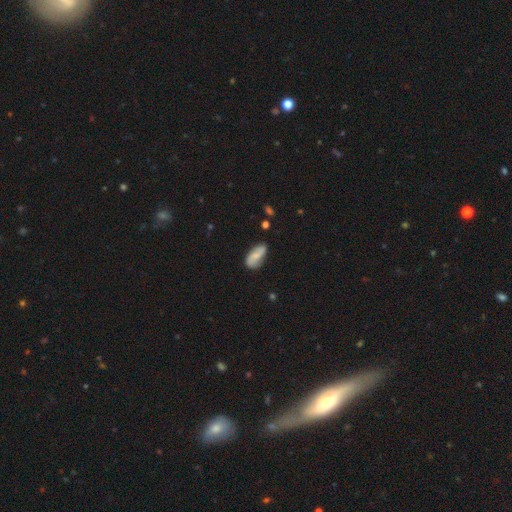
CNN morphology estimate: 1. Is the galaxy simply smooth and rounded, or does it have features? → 56% smooth, 37% featured or disk, 7% star or artifact.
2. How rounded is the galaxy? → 86% in between, 10% cigar-shaped, 3% round.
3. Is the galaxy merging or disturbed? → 68% none, 24% minor disturbance, 6% major disturbance, 3% merger.